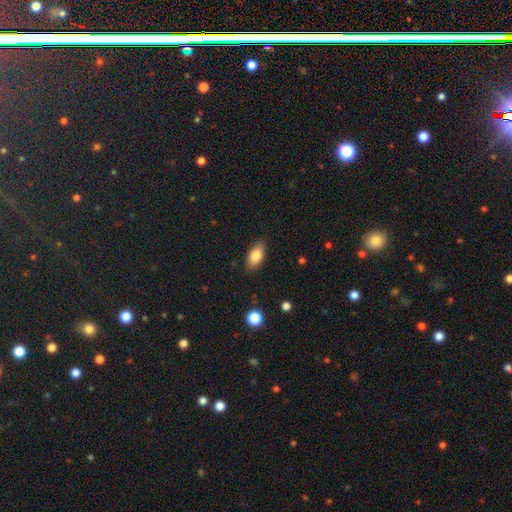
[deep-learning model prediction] Smooth or featured: smooth — 81% (featured or disk — 11%)
How rounded: in between — 88% (cigar-shaped — 7%)
Merging: none — 84% (minor disturbance — 12%)